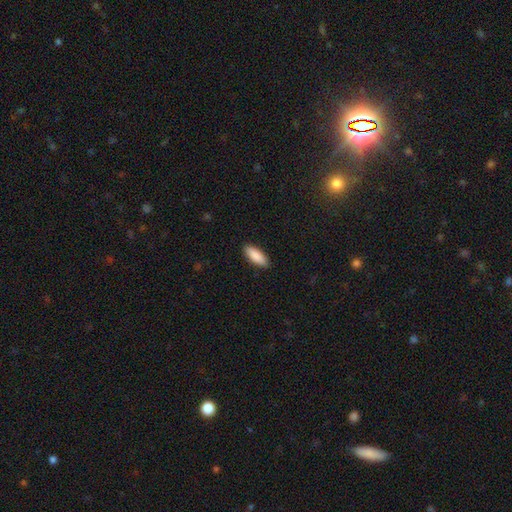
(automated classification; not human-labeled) Q: Smooth or featured?
A: smooth (89%); runner-up: star or artifact (5%)
Q: How rounded?
A: in between (72%); runner-up: cigar-shaped (26%)
Q: Merging?
A: none (90%); runner-up: minor disturbance (8%)